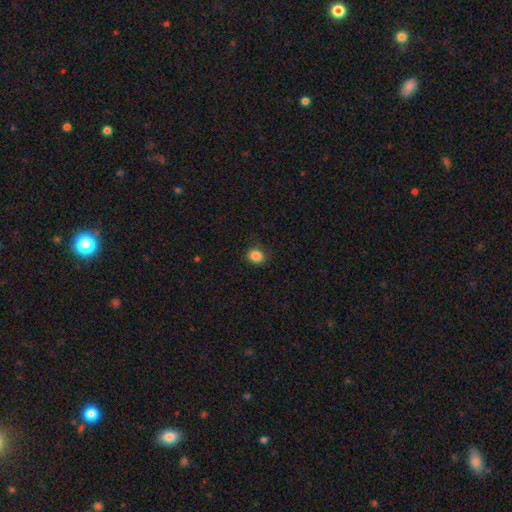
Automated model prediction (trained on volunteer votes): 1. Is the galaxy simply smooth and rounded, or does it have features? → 87% smooth, 10% star or artifact, 3% featured or disk.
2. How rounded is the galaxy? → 65% round, 34% in between, 1% cigar-shaped.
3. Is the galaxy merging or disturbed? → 85% none, 11% minor disturbance, 3% major disturbance, 1% merger.